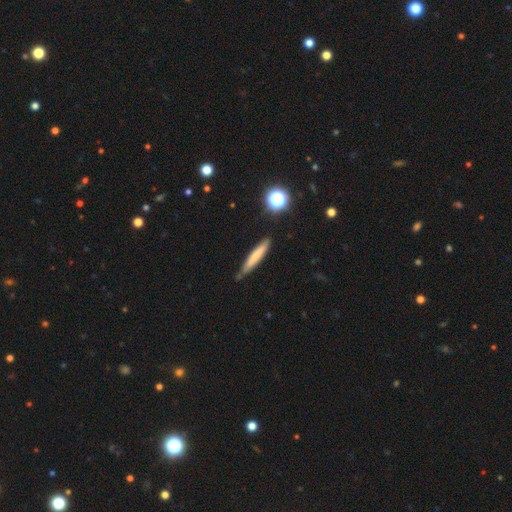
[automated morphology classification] Smooth or featured: smooth — 66% (featured or disk — 26%)
How rounded: cigar-shaped — 92% (in between — 6%)
Merging: none — 75% (minor disturbance — 19%)